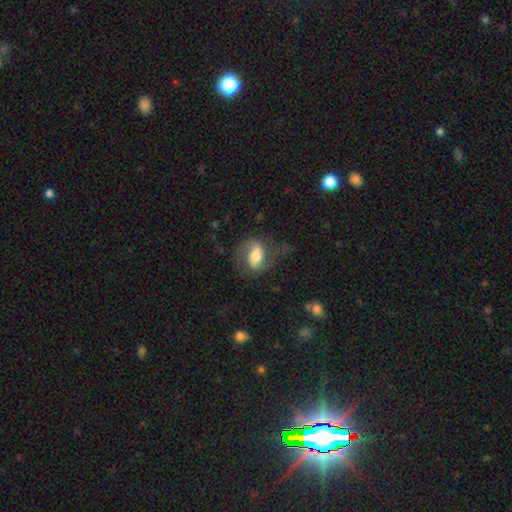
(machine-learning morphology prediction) featured or disk 62%, smooth 31%, star or artifact 7%. Down the decision tree: edge-on disk — no (95%); bar — strong (37%, tied with weak); spiral arms — yes (86%); spiral arm count — 2 (82%); spiral winding — medium (45%); bulge size — moderate (59%); merging — none (58%).